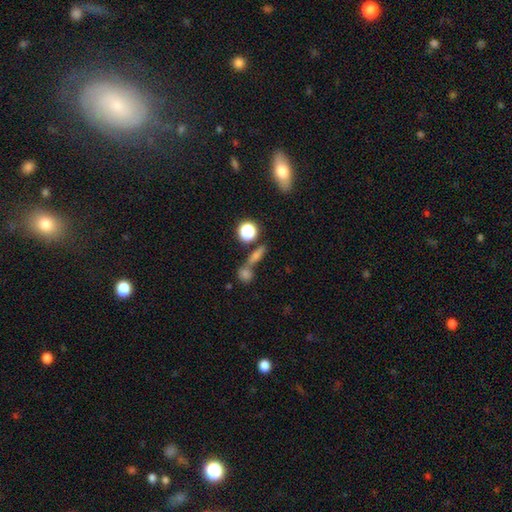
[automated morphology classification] smooth 63%, star or artifact 22%, featured or disk 15%. Down the decision tree: how rounded — in between (37%); merging — none (48%).